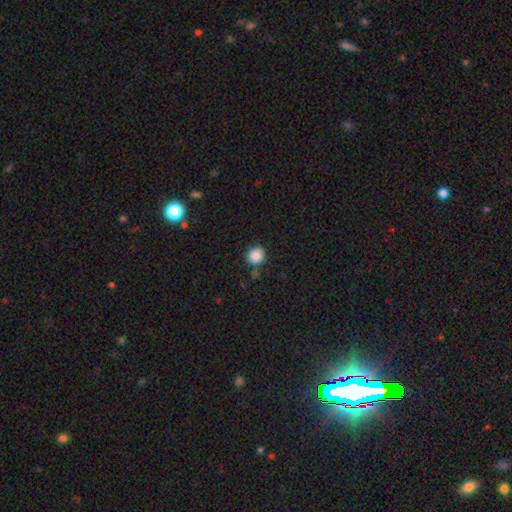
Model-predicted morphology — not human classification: A smooth galaxy with no disk features (87%) that is round (89%).

Vote fractions:
- Smooth or featured? smooth: 87% / star or artifact: 10% / featured or disk: 4%
- How rounded? round: 89% / in between: 10% / cigar-shaped: 1%
- Merging? none: 76% / minor disturbance: 15% / merger: 6% / major disturbance: 4%